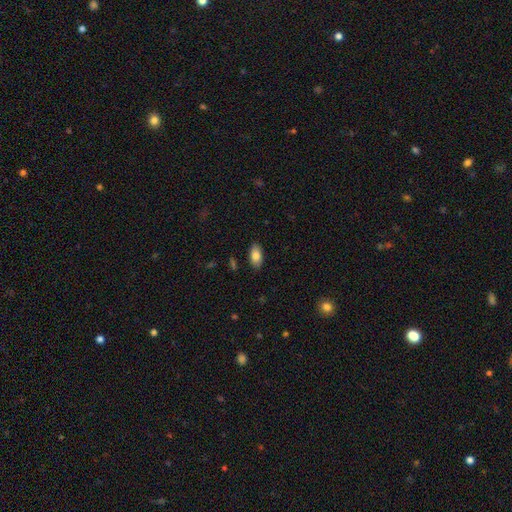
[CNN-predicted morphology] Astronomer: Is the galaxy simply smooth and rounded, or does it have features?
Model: smooth — 82%.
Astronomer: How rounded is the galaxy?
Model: in between — 93%.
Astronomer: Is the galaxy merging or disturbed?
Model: none — 87%.